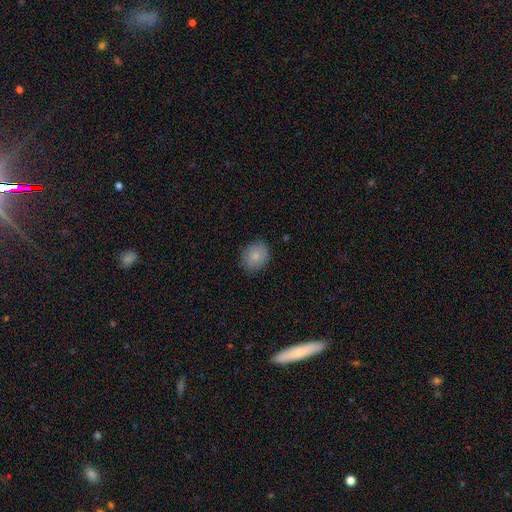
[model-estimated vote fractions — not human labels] This is clearly a smooth galaxy (83%). How rounded: possibly round (60%). Merging: clearly none (85%).